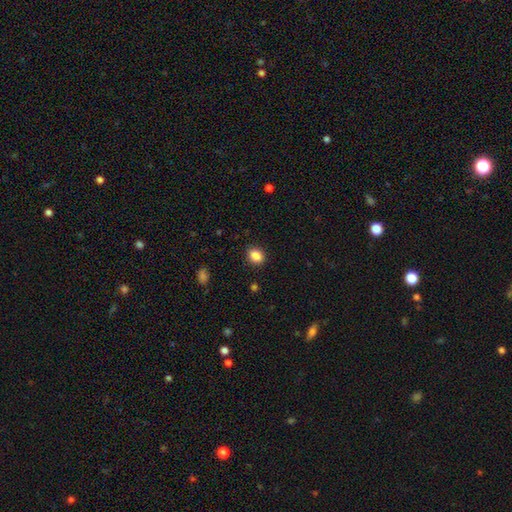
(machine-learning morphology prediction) A smooth galaxy with no disk features (87%) that is in between round and cigar-shaped (55%).

Vote fractions:
- Smooth or featured? smooth: 87% / star or artifact: 9% / featured or disk: 3%
- How rounded? in between: 55% / round: 44% / cigar-shaped: 1%
- Merging? none: 88% / minor disturbance: 9% / major disturbance: 2% / merger: 1%